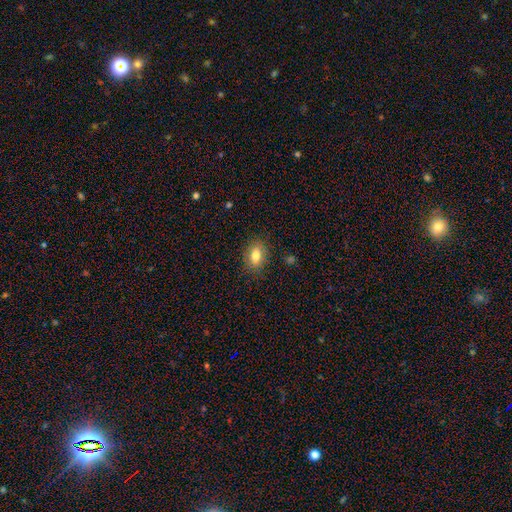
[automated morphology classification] Smooth or featured?
  - smooth: 80% *
  - featured or disk: 12%
  - star or artifact: 9%
How rounded?
  - in between: 82% *
  - round: 16%
  - cigar-shaped: 2%
Merging?
  - none: 85% *
  - minor disturbance: 11%
  - major disturbance: 3%
  - merger: 1%